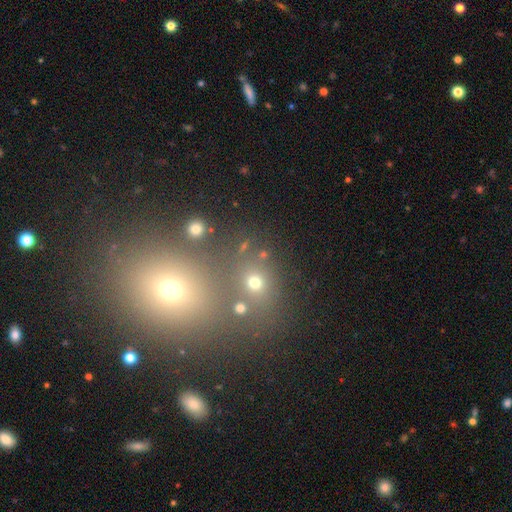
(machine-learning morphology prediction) type=smooth (50%); merging=none (60%).